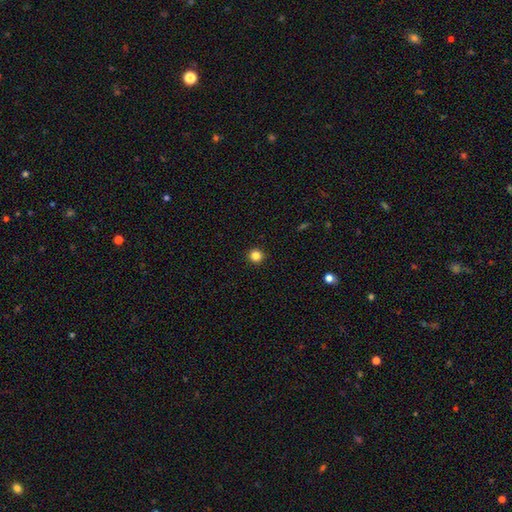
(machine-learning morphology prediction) A smooth galaxy with no disk features (84%) that is round (95%).

Vote fractions:
- Smooth or featured? smooth: 84% / star or artifact: 12% / featured or disk: 4%
- How rounded? round: 95% / in between: 4% / cigar-shaped: 1%
- Merging? none: 94% / minor disturbance: 4% / major disturbance: 1% / merger: 1%